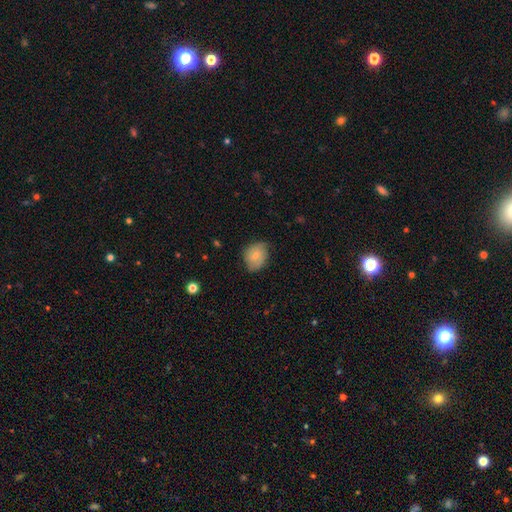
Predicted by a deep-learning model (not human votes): smooth_or_featured: smooth (p=0.66) [alt: featured or disk p=0.27]
how_rounded: in between (p=0.55) [alt: round p=0.44]
merging: none (p=0.64) [alt: minor disturbance p=0.29]